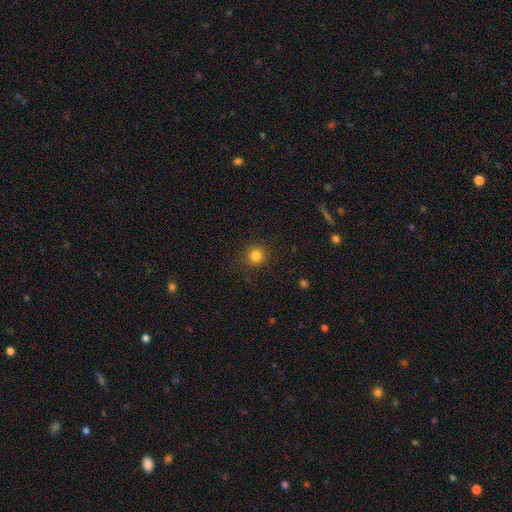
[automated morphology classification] smooth 82%, star or artifact 13%, featured or disk 5%. Down the decision tree: how rounded — round (93%); merging — none (90%).